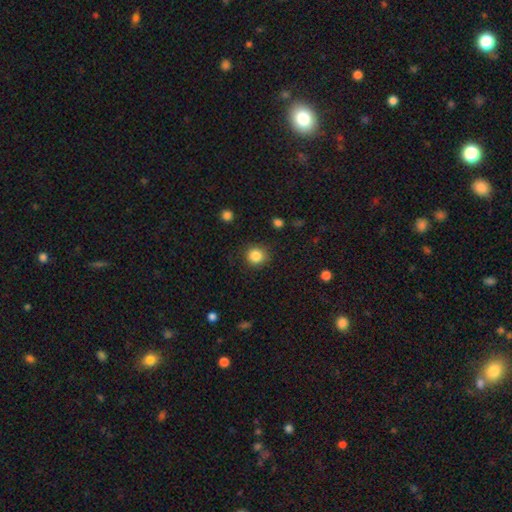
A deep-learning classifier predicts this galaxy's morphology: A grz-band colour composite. It shows a smooth galaxy with no disk features (85%) that is round (89%). Merging: none (86%).